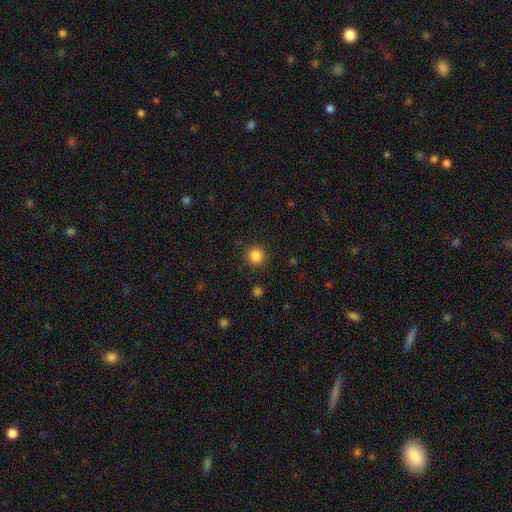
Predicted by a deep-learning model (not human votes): smooth-or-featured: smooth: 85% | star or artifact: 12% | featured or disk: 4%
  how-rounded: round: 93% | in between: 6% | cigar-shaped: 1%
  merging: none: 89% | minor disturbance: 7% | major disturbance: 3% | merger: 1%